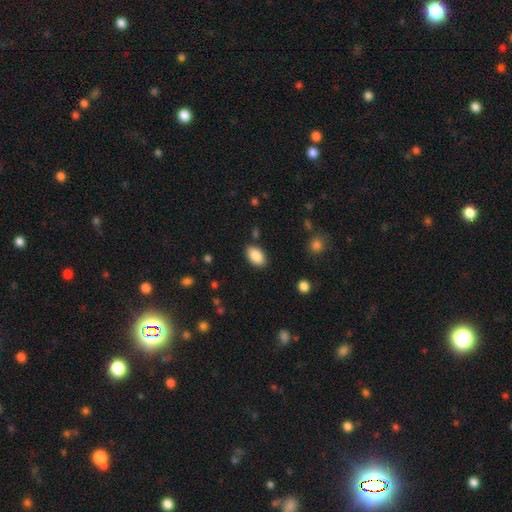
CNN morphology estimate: A smooth galaxy with no disk features (87%) that is in between round and cigar-shaped (92%). Merging: none (86%).